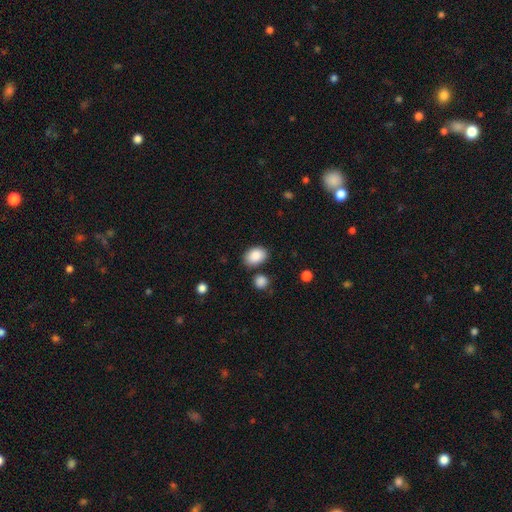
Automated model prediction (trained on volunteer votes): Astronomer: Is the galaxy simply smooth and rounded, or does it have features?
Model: smooth — 89%.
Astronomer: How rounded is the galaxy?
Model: in between — 81%.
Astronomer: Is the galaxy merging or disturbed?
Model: none — 77%.